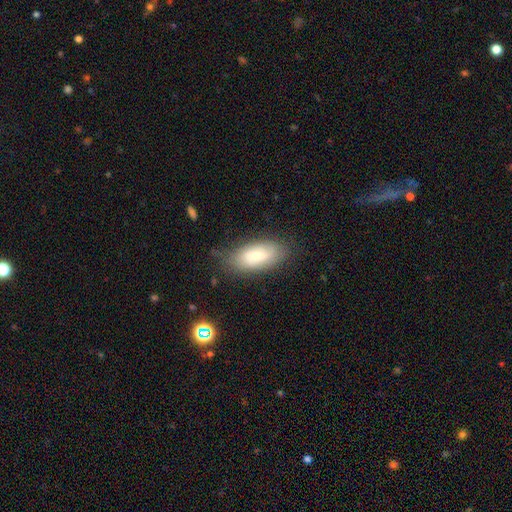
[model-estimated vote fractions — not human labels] A smooth galaxy with no disk features (72%) that is in between round and cigar-shaped (86%).

Vote fractions:
- Smooth or featured? smooth: 72% / featured or disk: 20% / star or artifact: 8%
- How rounded? in between: 86% / cigar-shaped: 12% / round: 2%
- Merging? none: 75% / minor disturbance: 19% / major disturbance: 5% / merger: 2%